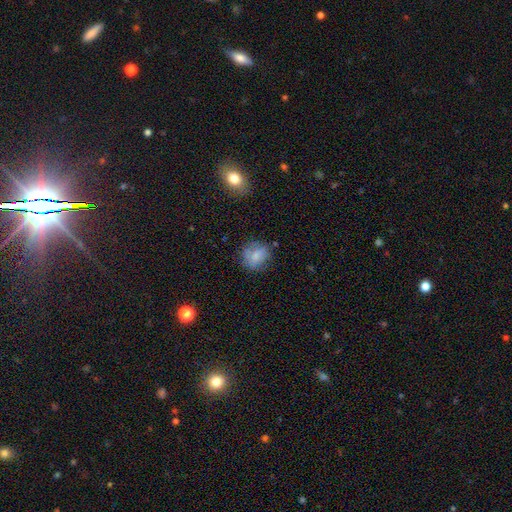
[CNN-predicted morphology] This is likely a smooth galaxy (70%). How rounded: likely round (72%). Merging: likely none (64%).